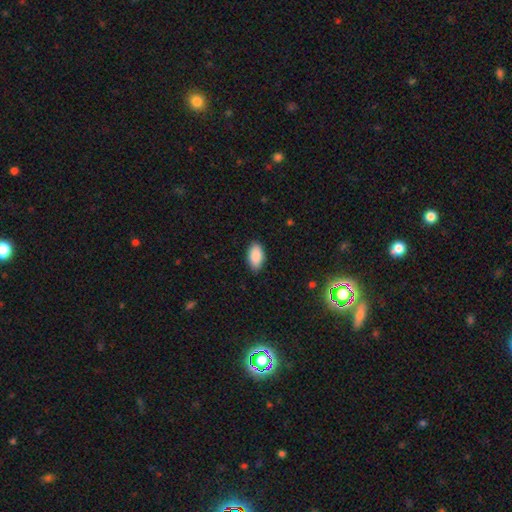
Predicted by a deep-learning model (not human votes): smooth-or-featured: smooth: 90% | star or artifact: 6% | featured or disk: 4%
  how-rounded: in between: 95% | round: 3% | cigar-shaped: 3%
  merging: none: 87% | minor disturbance: 10% | major disturbance: 2% | merger: 1%